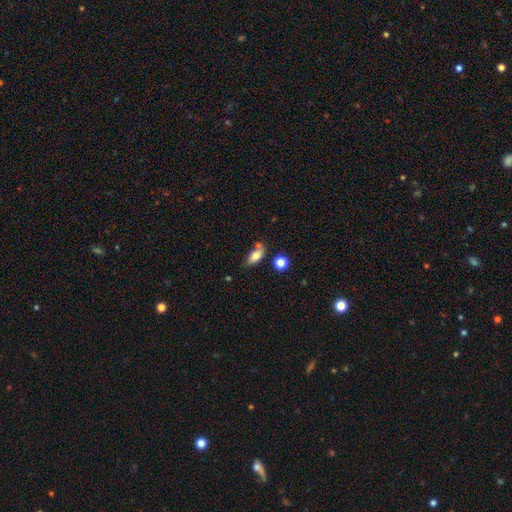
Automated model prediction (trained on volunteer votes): Smooth or featured? smooth (77%)
How rounded? in between (83%)
Merging? none (60%)